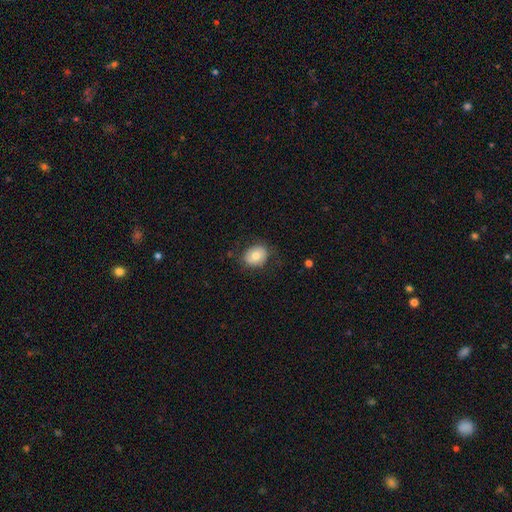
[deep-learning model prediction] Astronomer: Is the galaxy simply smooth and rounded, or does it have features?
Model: smooth — 77%.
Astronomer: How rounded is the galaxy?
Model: in between — 52% (runner-up: round, 48%).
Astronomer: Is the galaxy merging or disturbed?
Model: none — 78%.